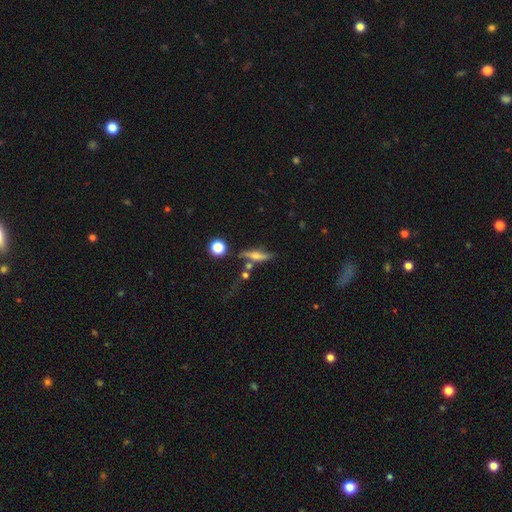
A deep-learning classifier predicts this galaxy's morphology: featured or disk 47%, smooth 42%, star or artifact 11%. Down the decision tree: merging — none (59%).